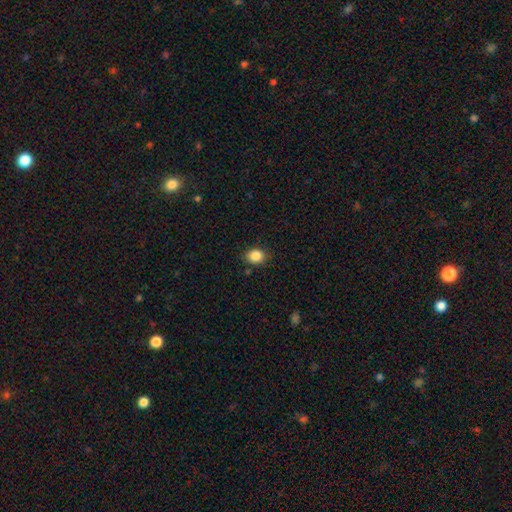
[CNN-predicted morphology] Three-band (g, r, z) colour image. It shows a smooth galaxy with no disk features (87%) that is in between round and cigar-shaped (51%). Merging: none (84%).